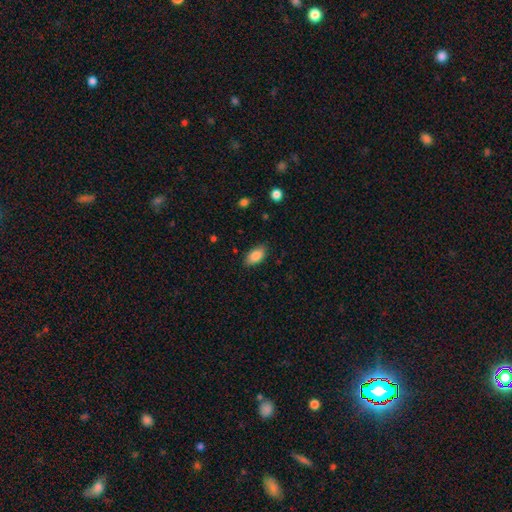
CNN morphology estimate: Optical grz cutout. It shows a smooth galaxy with no disk features (87%) that is in between round and cigar-shaped (92%). Merging: none (86%).